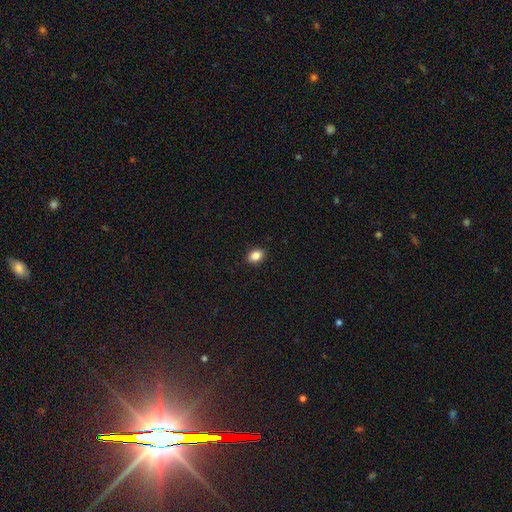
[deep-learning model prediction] Overall: smooth (86%). How rounded: in between (73%). Merging: none (91%).